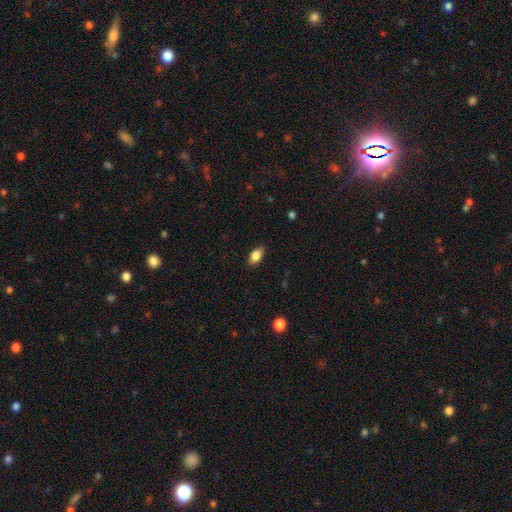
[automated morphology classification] smooth_or_featured: smooth (p=0.83) [alt: featured or disk p=0.10]
how_rounded: in between (p=0.89) [alt: cigar-shaped p=0.06]
merging: none (p=0.86) [alt: minor disturbance p=0.11]